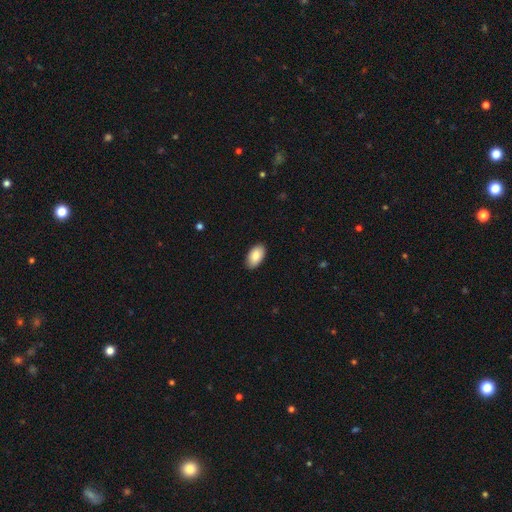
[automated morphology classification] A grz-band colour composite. It shows a smooth galaxy with no disk features (85%) that is in between round and cigar-shaped (95%). Merging: none (88%).